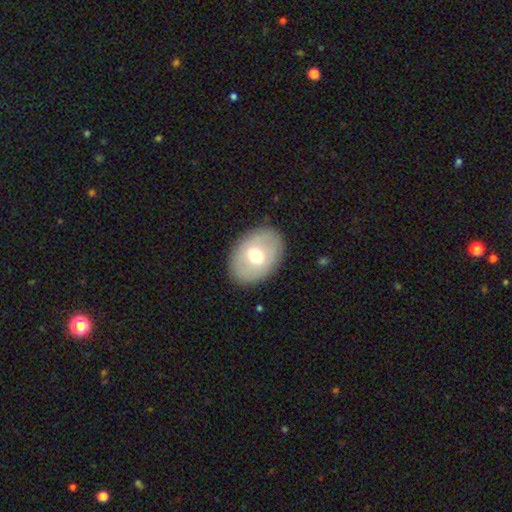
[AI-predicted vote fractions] This is likely a smooth galaxy (61%). How rounded: likely in between (73%). Merging: clearly none (87%).